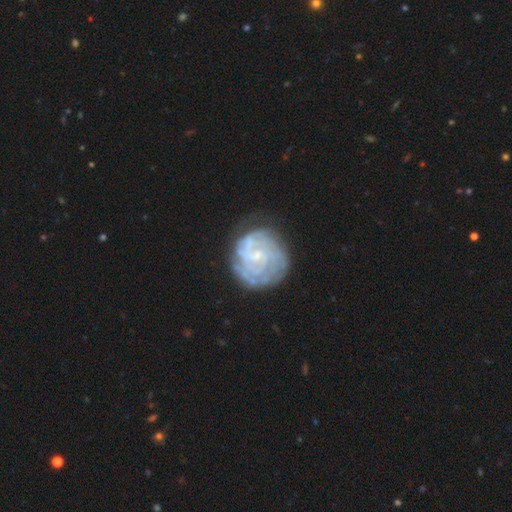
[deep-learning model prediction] Morphology: type=featured or disk (79%); edge-on=no (98%); bar=no (58%); spiral arms=yes (90%); winding=tight (73%); arm count=can't tell (46%); bulge=small (70%); merging=none (68%).